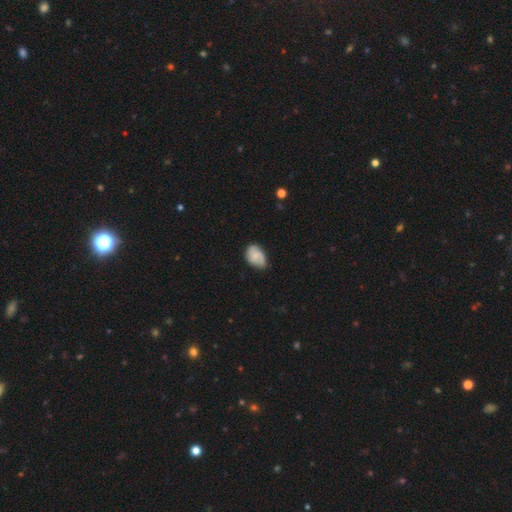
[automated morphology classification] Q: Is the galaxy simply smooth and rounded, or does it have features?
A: smooth — 60%.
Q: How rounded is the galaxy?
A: in between — 81%.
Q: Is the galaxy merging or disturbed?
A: none — 55%.